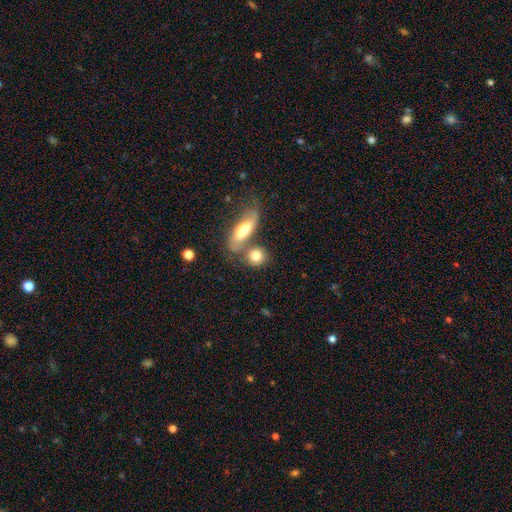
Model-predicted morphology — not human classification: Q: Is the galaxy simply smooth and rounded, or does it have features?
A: smooth — 76%.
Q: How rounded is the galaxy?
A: round — 58%.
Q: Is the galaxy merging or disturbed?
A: none — 46%.